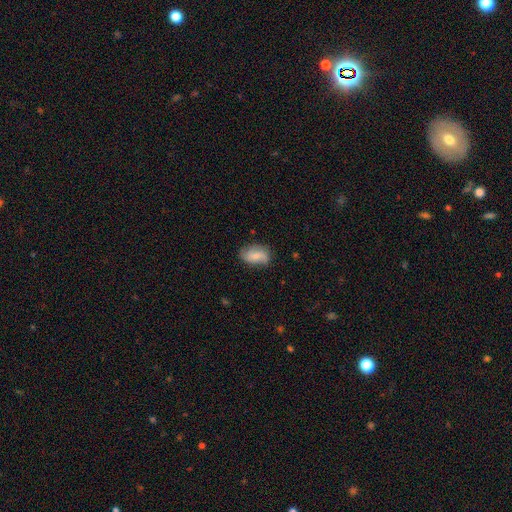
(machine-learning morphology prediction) Smooth or featured?
  - smooth: 65% *
  - featured or disk: 28%
  - star or artifact: 8%
How rounded?
  - in between: 88% *
  - round: 10%
  - cigar-shaped: 3%
Merging?
  - none: 70% *
  - minor disturbance: 22%
  - major disturbance: 6%
  - merger: 2%